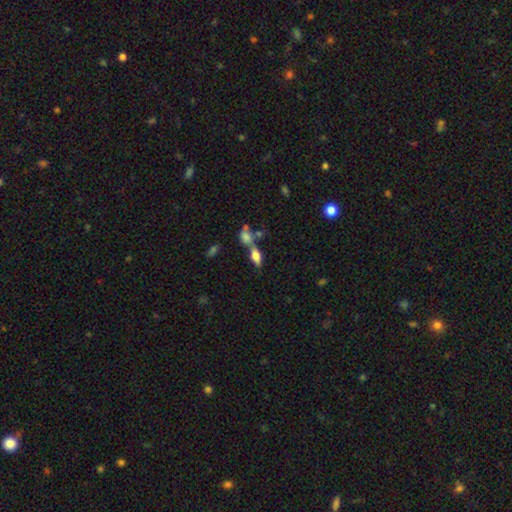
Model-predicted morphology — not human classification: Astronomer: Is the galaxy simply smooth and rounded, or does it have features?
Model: smooth — 63%.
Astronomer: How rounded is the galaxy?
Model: in between — 74%.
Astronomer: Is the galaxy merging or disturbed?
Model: none — 46% (runner-up: merger, 36%).